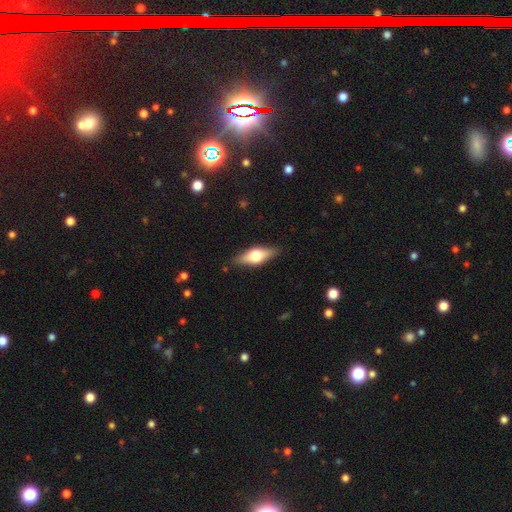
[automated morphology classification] Q: Smooth or featured?
A: featured or disk (48%); runner-up: smooth (46%)
Q: Merging?
A: none (86%); runner-up: minor disturbance (11%)